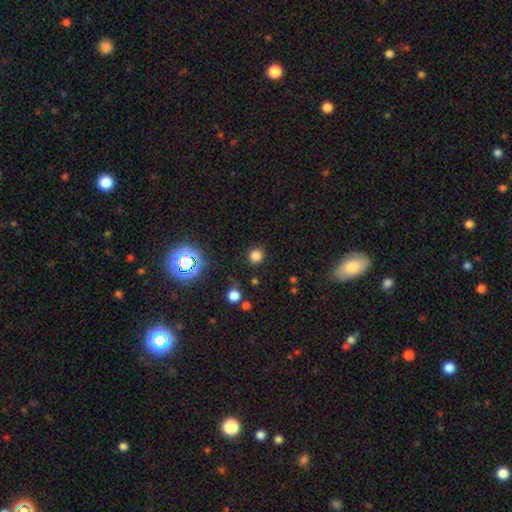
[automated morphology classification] smooth_or_featured: smooth (p=0.77) [alt: star or artifact p=0.19]
how_rounded: round (p=0.91) [alt: in between p=0.08]
merging: none (p=0.88) [alt: minor disturbance p=0.07]